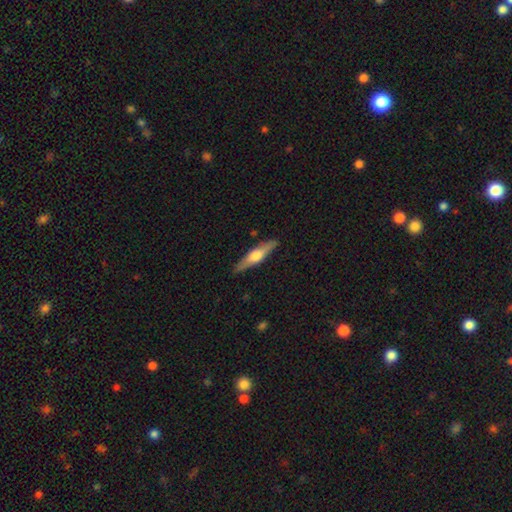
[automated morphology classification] smooth-or-featured: featured or disk: 60% | smooth: 35% | star or artifact: 5%
  disk-edge-on: yes: 96% | no: 4%
    edge-on-bulge: rounded: 91% | boxy: 6% | none: 3%
  merging: none: 88% | minor disturbance: 9% | major disturbance: 2% | merger: 1%